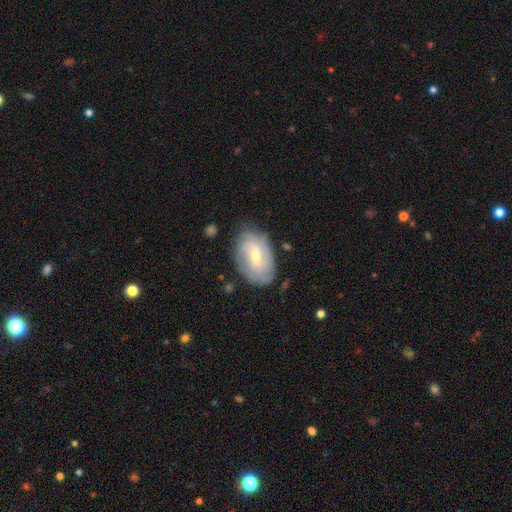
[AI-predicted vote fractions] Smooth or featured? featured or disk (69%)
Edge-on disk? no (95%)
Bar? weak (55%)
Spiral arms? yes (83%)
Spiral winding? tight (56%)
Spiral arm count? can't tell (48%)
Bulge size? small (55%)
Merging? none (74%)